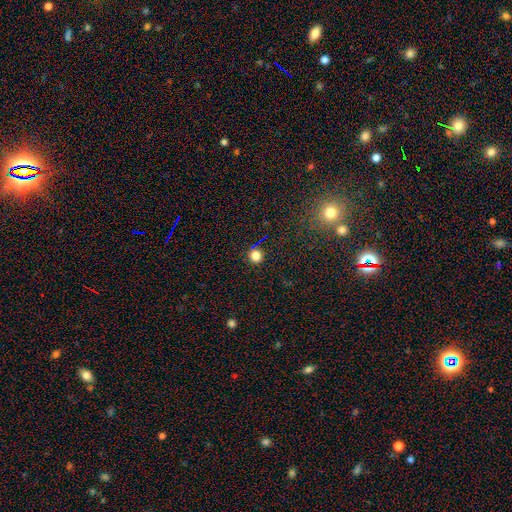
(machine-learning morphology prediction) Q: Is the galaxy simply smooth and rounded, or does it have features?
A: smooth — 78%.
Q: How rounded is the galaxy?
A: round — 94%.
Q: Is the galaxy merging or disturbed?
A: none — 89%.